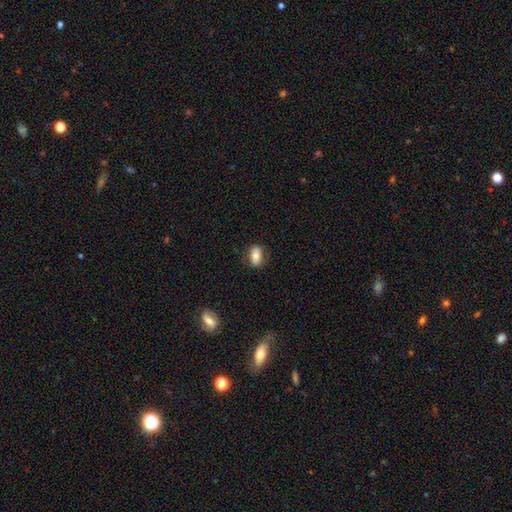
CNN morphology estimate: Smooth or featured: smooth — 74% (featured or disk — 18%)
How rounded: in between — 86% (round — 11%)
Merging: none — 79% (minor disturbance — 16%)